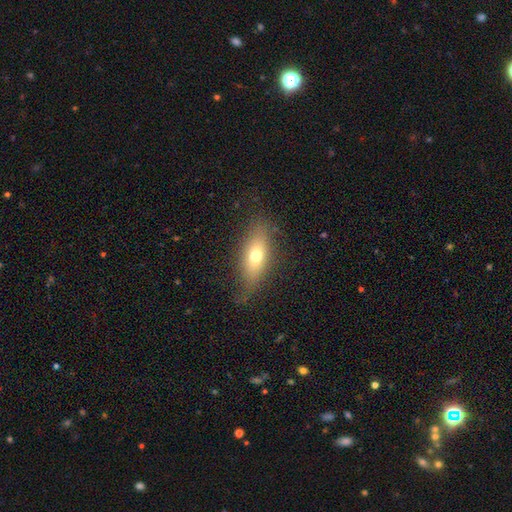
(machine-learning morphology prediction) Smooth or featured: smooth — 65% (featured or disk — 26%)
How rounded: in between — 74% (cigar-shaped — 20%)
Merging: none — 71% (minor disturbance — 19%)